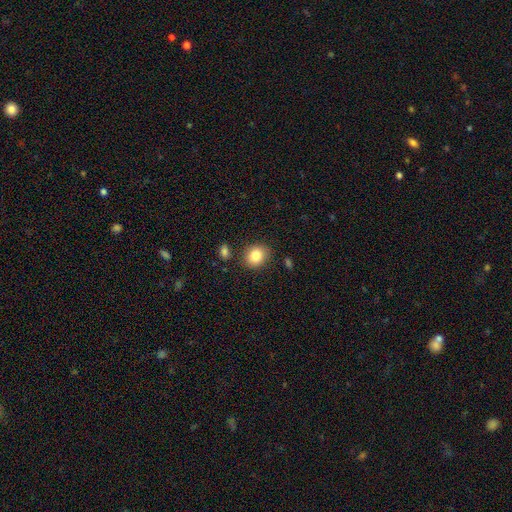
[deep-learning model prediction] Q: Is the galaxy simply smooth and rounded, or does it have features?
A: smooth — 84%.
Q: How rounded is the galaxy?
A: round — 71%.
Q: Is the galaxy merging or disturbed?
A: none — 84%.